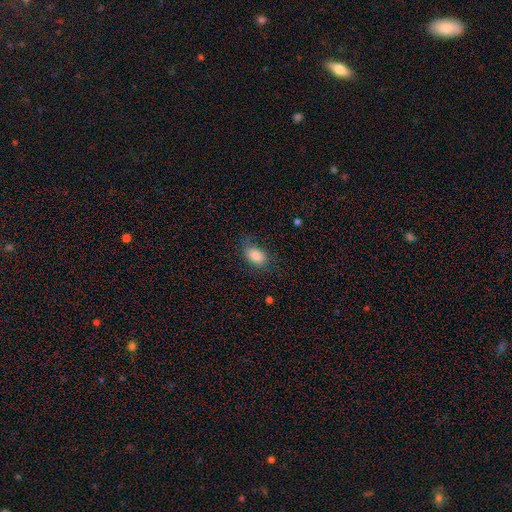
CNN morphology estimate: A smooth galaxy with no disk features (86%) that is in between round and cigar-shaped (85%).

Vote fractions:
- Smooth or featured? smooth: 86% / star or artifact: 8% / featured or disk: 6%
- How rounded? in between: 85% / round: 13% / cigar-shaped: 2%
- Merging? none: 72% / minor disturbance: 20% / major disturbance: 7% / merger: 1%